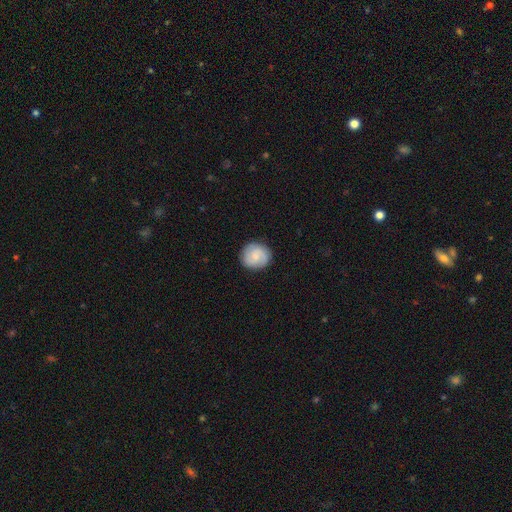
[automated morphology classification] Smooth or featured?
  - featured or disk: 50% *
  - smooth: 43%
  - star or artifact: 7%
Merging?
  - none: 86% *
  - minor disturbance: 10%
  - major disturbance: 3%
  - merger: 1%